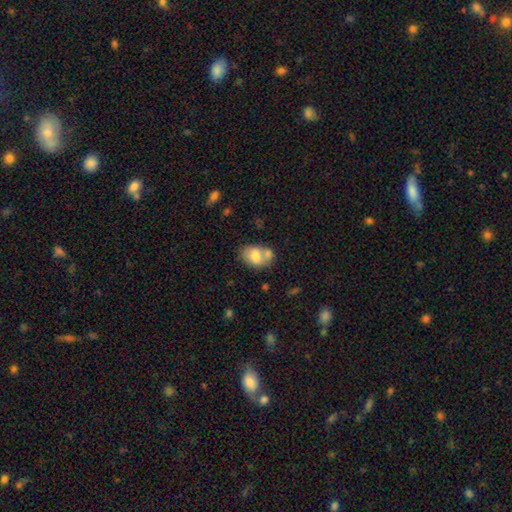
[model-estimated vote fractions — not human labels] Morphology: type=smooth (74%); roundness=in between (77%); merging=none (41%).